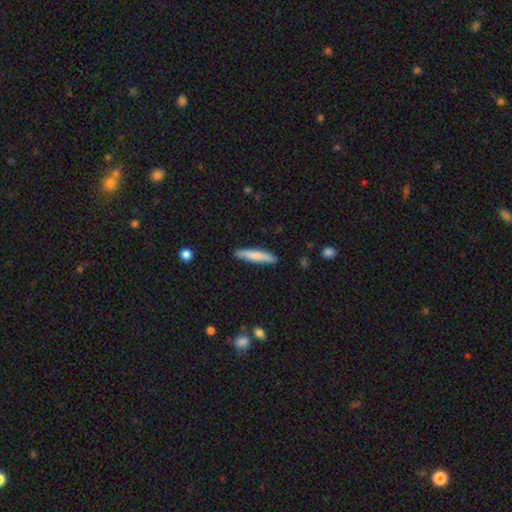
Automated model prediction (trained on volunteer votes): The model was most divided on "smooth or featured": smooth: 78%, featured or disk: 17%, star or artifact: 5%. More confident: how rounded — cigar-shaped (90%); merging — none (89%).